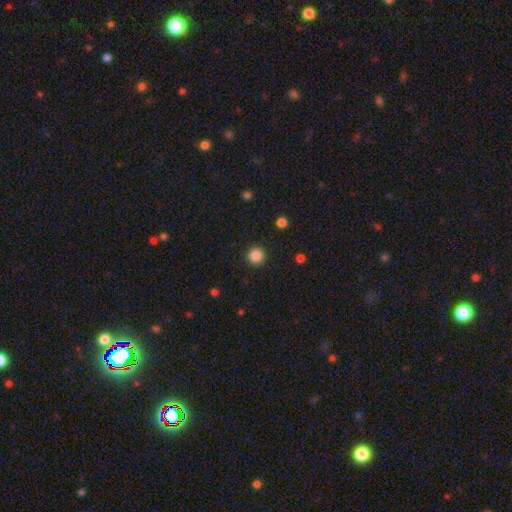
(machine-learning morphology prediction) Q: Smooth or featured?
A: smooth (86%); runner-up: star or artifact (11%)
Q: How rounded?
A: round (95%); runner-up: in between (4%)
Q: Merging?
A: none (92%); runner-up: minor disturbance (5%)